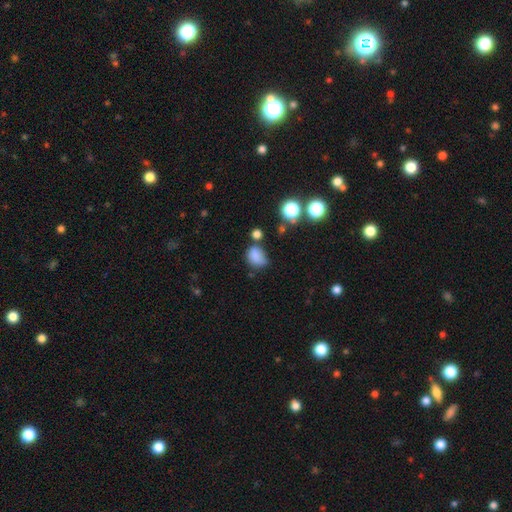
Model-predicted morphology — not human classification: smooth-or-featured: smooth: 80% | star or artifact: 13% | featured or disk: 7%
  how-rounded: in between: 61% | round: 38% | cigar-shaped: 1%
  merging: none: 49% | minor disturbance: 31% | major disturbance: 10% | merger: 10%